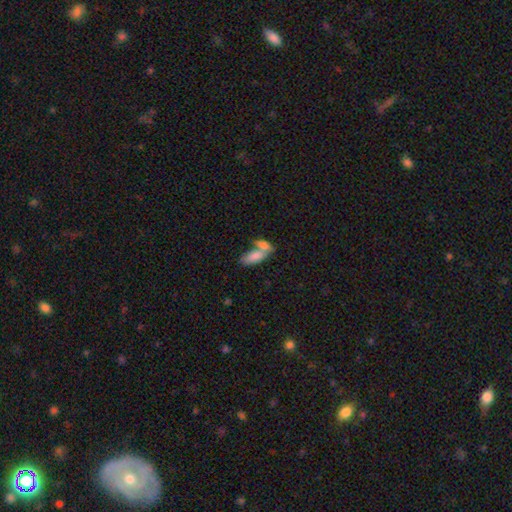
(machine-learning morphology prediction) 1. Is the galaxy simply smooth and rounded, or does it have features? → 81% smooth, 13% featured or disk, 7% star or artifact.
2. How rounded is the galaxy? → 82% in between, 15% cigar-shaped, 3% round.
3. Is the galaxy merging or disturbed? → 60% merger, 27% none, 8% minor disturbance, 4% major disturbance.